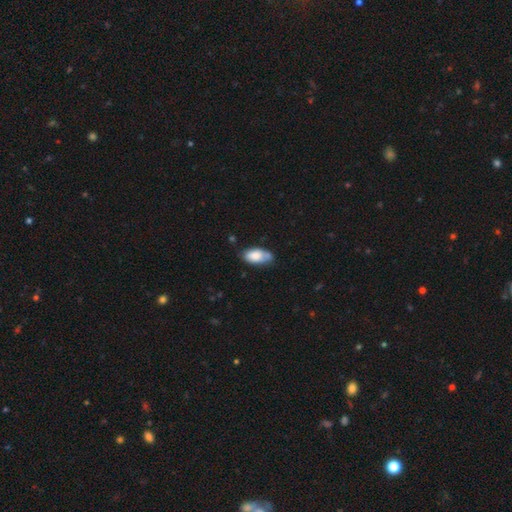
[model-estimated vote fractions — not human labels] smooth_or_featured: smooth (p=0.77) [alt: featured or disk p=0.16]
how_rounded: in between (p=0.92) [alt: cigar-shaped p=0.05]
merging: none (p=0.58) [alt: minor disturbance p=0.30]